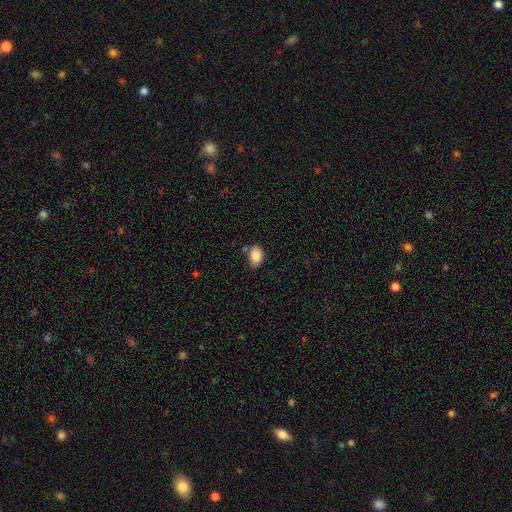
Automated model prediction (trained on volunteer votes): Smooth or featured: smooth — 88% (star or artifact — 8%)
How rounded: in between — 83% (round — 16%)
Merging: none — 71% (minor disturbance — 19%)